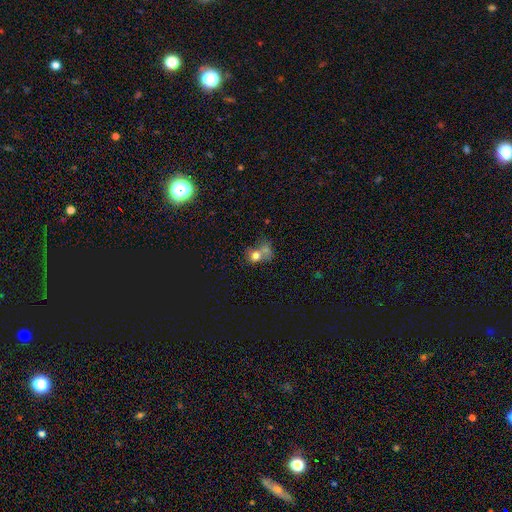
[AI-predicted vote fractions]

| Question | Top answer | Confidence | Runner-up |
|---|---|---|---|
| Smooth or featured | smooth | 69% | featured or disk (18%) |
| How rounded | round | 63% | in between (35%) |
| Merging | merger | 56% | none (24%) |